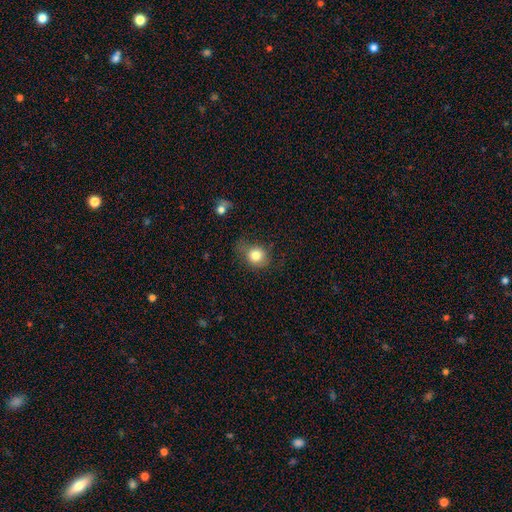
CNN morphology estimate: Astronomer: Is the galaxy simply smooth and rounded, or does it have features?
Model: smooth — 80%.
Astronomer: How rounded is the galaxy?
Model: round — 71%.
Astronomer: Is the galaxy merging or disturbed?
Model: none — 57%.